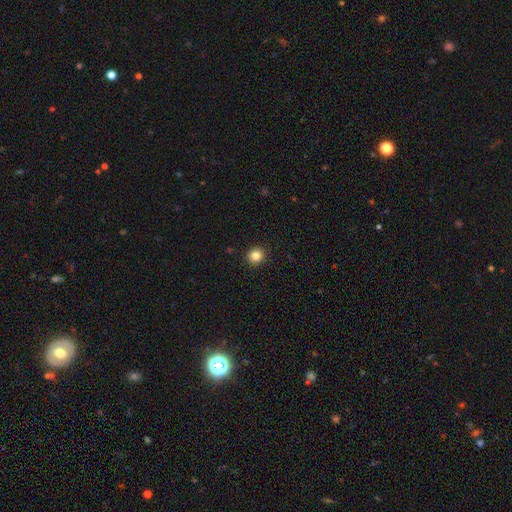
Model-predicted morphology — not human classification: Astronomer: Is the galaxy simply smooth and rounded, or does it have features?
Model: smooth — 84%.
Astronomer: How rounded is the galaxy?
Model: round — 92%.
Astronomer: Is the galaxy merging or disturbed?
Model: none — 93%.